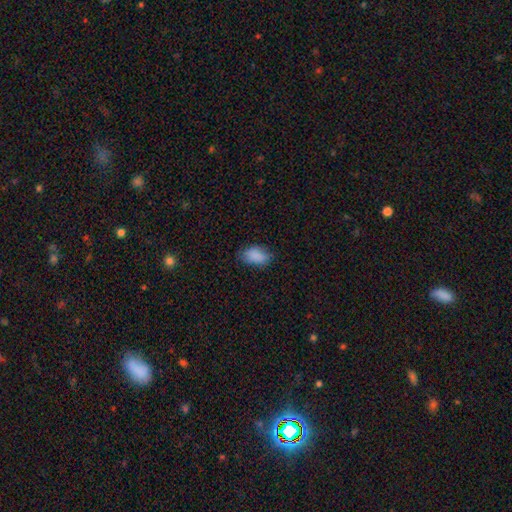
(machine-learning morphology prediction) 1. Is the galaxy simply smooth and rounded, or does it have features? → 86% smooth, 9% star or artifact, 6% featured or disk.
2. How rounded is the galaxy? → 91% in between, 7% round, 2% cigar-shaped.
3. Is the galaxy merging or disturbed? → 73% none, 21% minor disturbance, 5% major disturbance, 1% merger.